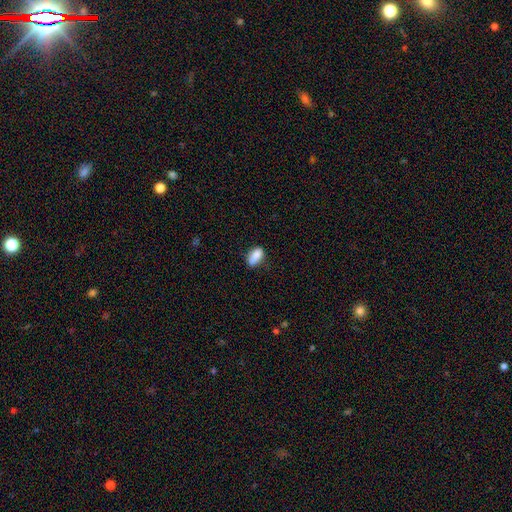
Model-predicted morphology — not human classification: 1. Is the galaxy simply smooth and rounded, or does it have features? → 84% smooth, 8% star or artifact, 8% featured or disk.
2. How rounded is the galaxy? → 88% in between, 6% round, 6% cigar-shaped.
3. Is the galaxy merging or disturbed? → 57% none, 29% minor disturbance, 7% major disturbance, 7% merger.